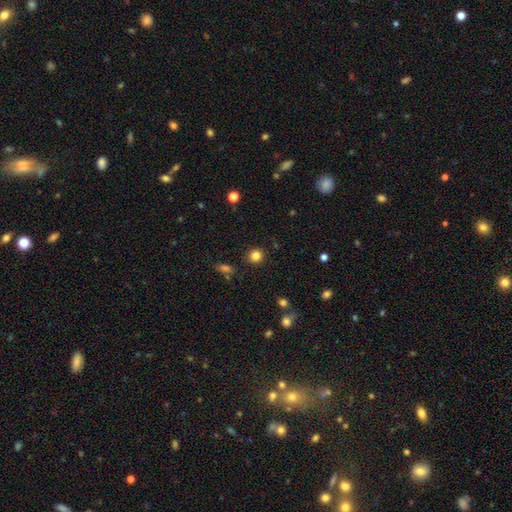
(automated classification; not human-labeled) A smooth galaxy with no disk features (83%) that is round (89%). Merging: none (89%).